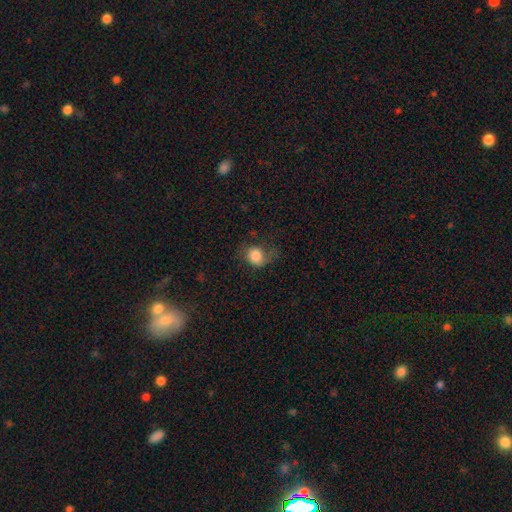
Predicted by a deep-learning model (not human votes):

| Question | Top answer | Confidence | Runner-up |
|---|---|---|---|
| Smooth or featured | smooth | 79% | featured or disk (12%) |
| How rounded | round | 58% | in between (41%) |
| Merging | none | 42% | minor disturbance (29%) |